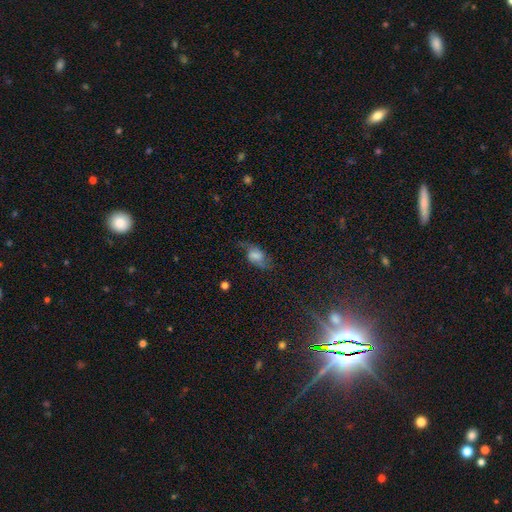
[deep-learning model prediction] featured or disk 45%, smooth 42%, star or artifact 13%. Down the decision tree: merging — none (57%).